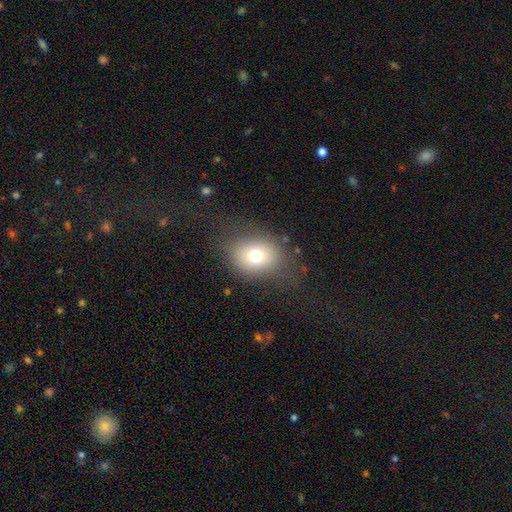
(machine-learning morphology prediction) smooth 73%, featured or disk 15%, star or artifact 12%. Down the decision tree: how rounded — in between (56%); merging — none (68%).